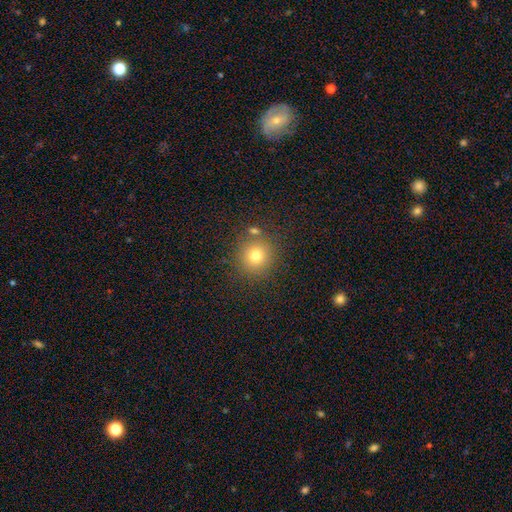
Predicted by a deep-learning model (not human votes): This appears to be a smooth galaxy with no disk features (75%) that is round (90%). Merging: none (79%).